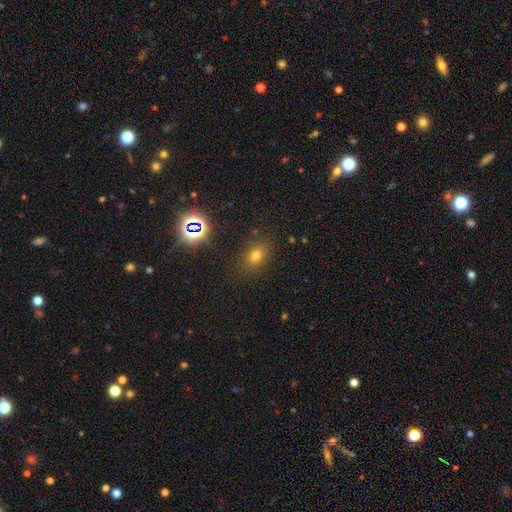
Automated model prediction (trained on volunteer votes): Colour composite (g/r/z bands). It shows a smooth galaxy with no disk features (66%) that is in between round and cigar-shaped (72%). Merging: none (83%).